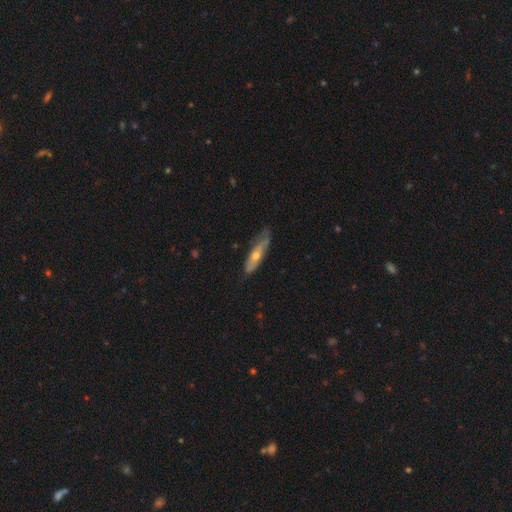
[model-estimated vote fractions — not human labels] smooth_or_featured: featured or disk (p=0.53) [alt: smooth p=0.41]
disk_edge_on: yes (p=0.52) [alt: no p=0.48]
merging: none (p=0.62) [alt: minor disturbance p=0.29]